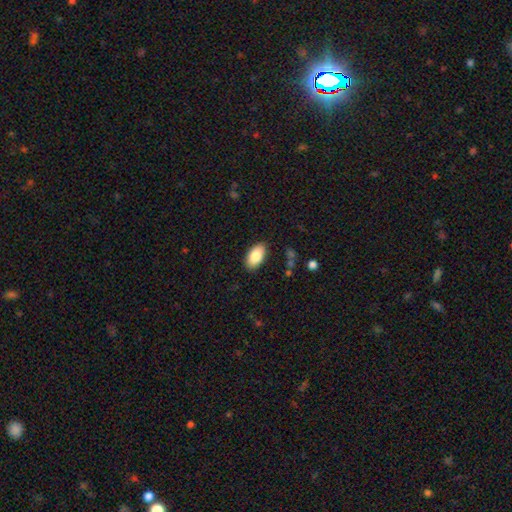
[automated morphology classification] smooth-or-featured: smooth: 86% | featured or disk: 8% | star or artifact: 6%
  how-rounded: in between: 95% | round: 3% | cigar-shaped: 2%
  merging: none: 87% | minor disturbance: 10% | major disturbance: 2% | merger: 1%